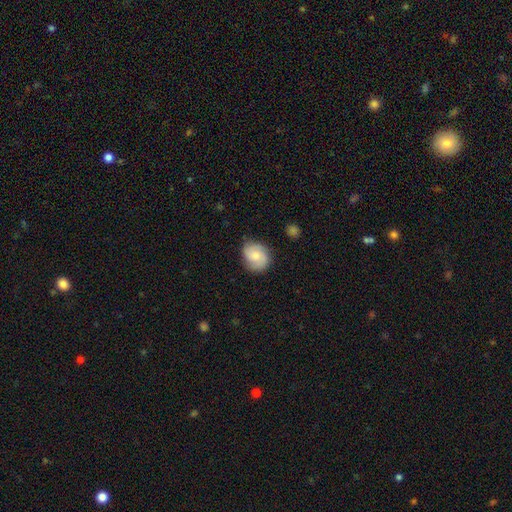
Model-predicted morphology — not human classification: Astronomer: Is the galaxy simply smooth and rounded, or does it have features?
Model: smooth — 61%.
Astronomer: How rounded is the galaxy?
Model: round — 60% (runner-up: in between, 39%).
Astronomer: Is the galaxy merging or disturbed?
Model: none — 72%.